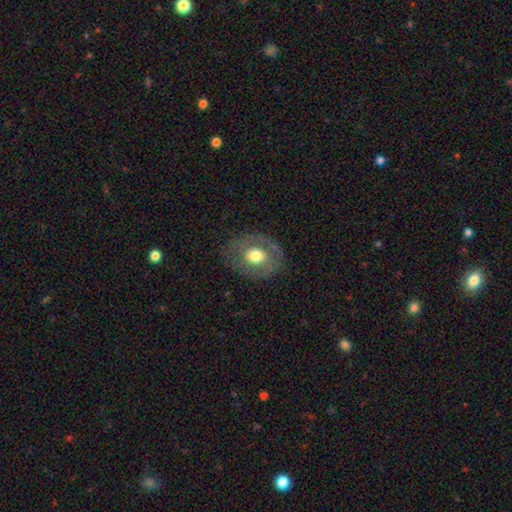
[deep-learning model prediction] Overall: smooth (55%; featured or disk 37%). How rounded: round (55%; in between 44%). Merging: none (76%).